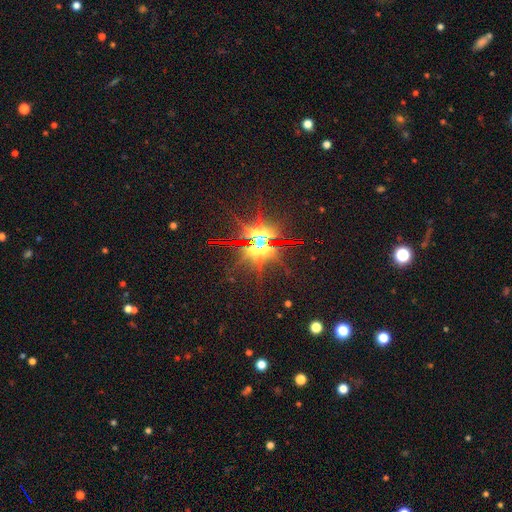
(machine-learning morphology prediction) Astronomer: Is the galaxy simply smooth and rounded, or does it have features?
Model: star or artifact — 76%.